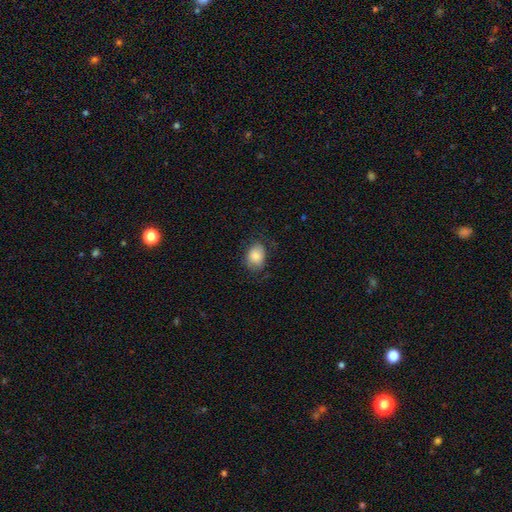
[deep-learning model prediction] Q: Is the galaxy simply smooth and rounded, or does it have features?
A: smooth — 82%.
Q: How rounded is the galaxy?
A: in between — 65%.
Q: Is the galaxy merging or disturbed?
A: none — 68%.